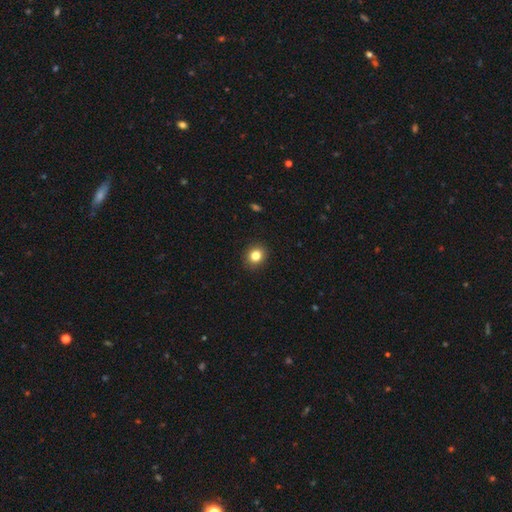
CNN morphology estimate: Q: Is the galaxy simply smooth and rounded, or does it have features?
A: smooth — 82%.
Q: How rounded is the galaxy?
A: round — 74%.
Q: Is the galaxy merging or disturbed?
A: none — 90%.